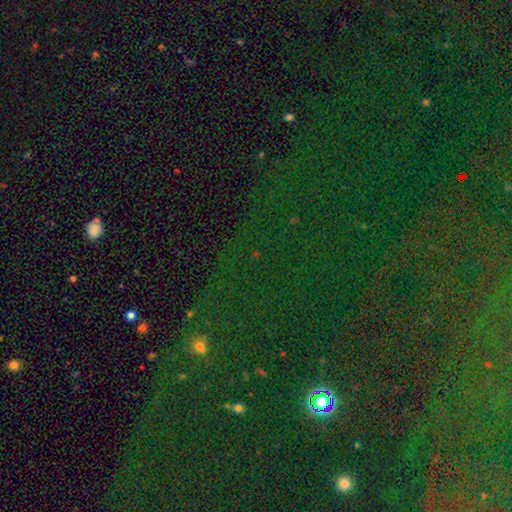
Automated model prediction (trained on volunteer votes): This is likely a star or artifact rather than a galaxy (78%).